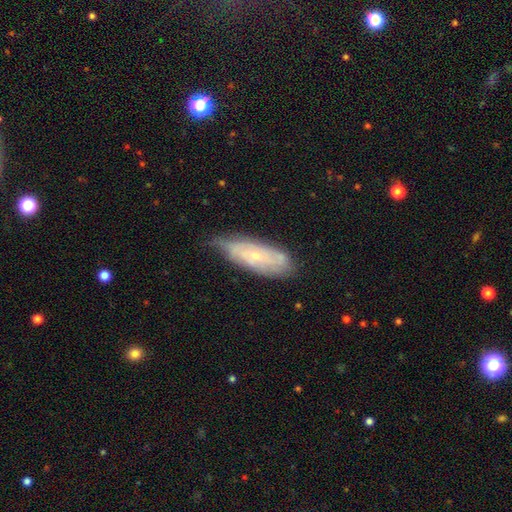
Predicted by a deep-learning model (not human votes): smooth-or-featured: featured or disk: 59% | smooth: 33% | star or artifact: 7%
  disk-edge-on: no: 82% | yes: 18%
  merging: none: 57% | minor disturbance: 33% | major disturbance: 8% | merger: 2%